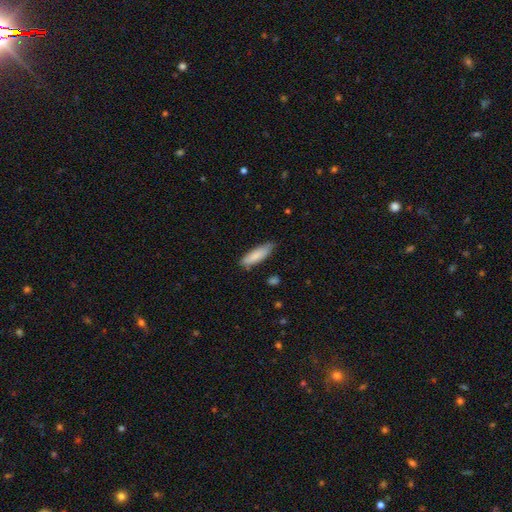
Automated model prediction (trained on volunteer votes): Q: Smooth or featured?
A: smooth (84%); runner-up: featured or disk (11%)
Q: How rounded?
A: cigar-shaped (54%); runner-up: in between (45%)
Q: Merging?
A: none (77%); runner-up: minor disturbance (19%)